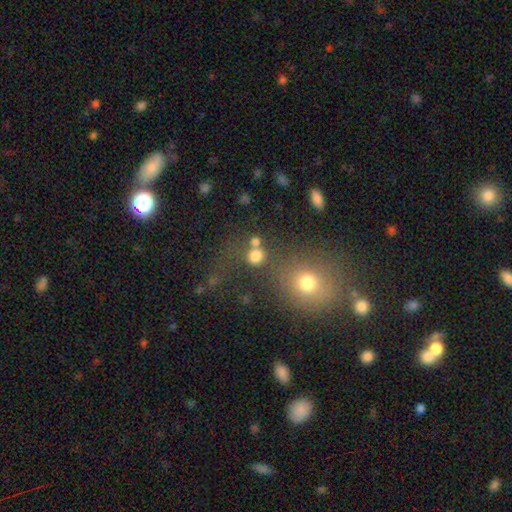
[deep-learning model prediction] smooth-or-featured: smooth: 75% | star or artifact: 17% | featured or disk: 8%
  how-rounded: round: 88% | in between: 11% | cigar-shaped: 1%
  merging: none: 60% | merger: 25% | minor disturbance: 9% | major disturbance: 7%